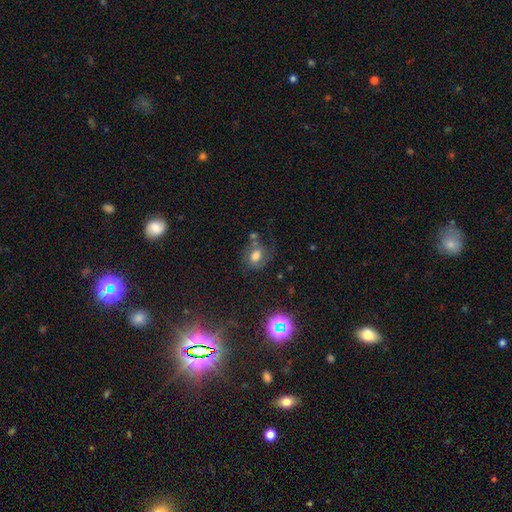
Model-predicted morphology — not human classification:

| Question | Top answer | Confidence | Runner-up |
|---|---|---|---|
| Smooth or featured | smooth | 55% | featured or disk (28%) |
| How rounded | in between | 54% | round (44%) |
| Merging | none | 51% | minor disturbance (23%) |